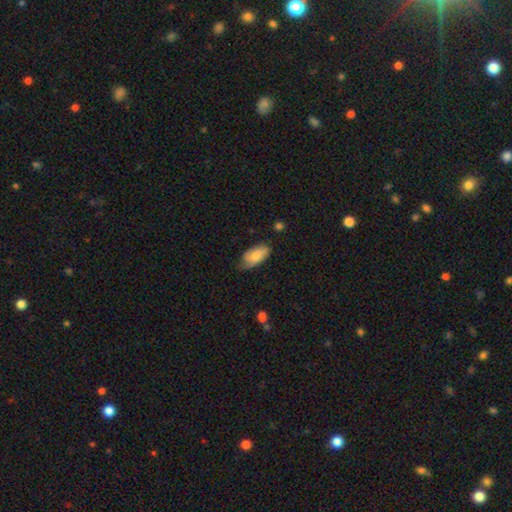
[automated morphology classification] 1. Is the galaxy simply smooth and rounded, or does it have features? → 71% smooth, 23% featured or disk, 6% star or artifact.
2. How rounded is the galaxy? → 92% in between, 6% cigar-shaped, 3% round.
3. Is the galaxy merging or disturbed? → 55% none, 35% minor disturbance, 8% major disturbance, 2% merger.